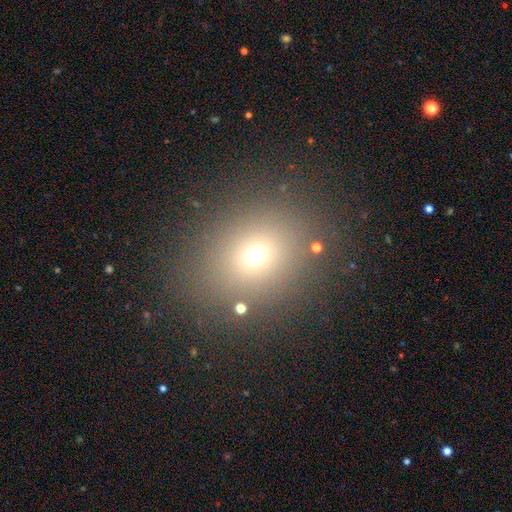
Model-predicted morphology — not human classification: This is likely a smooth galaxy (65%). How rounded: likely round (66%). Merging: clearly none (84%).